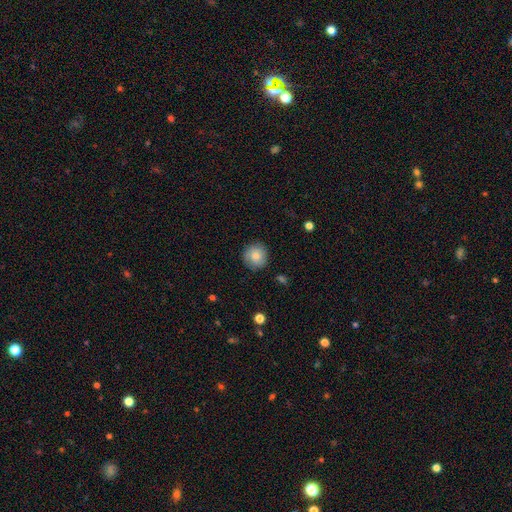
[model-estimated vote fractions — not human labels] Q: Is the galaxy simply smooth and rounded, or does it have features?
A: smooth — 77%.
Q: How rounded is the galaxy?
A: round — 93%.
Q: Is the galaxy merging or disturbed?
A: none — 84%.